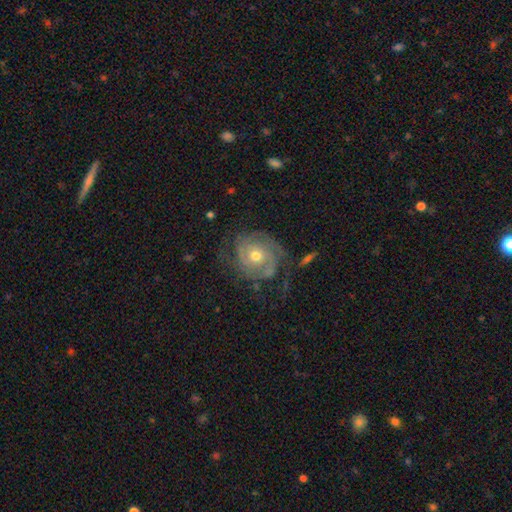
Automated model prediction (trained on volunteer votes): smooth-or-featured: featured or disk: 84% | smooth: 10% | star or artifact: 6%
  disk-edge-on: no: 97% | yes: 3%
    bar: no: 78% | weak: 18% | strong: 4%
    has-spiral-arms: yes: 94% | no: 6%
      spiral-winding: tight: 60% | medium: 30% | loose: 10%
      spiral-arm-count: 2: 41% | 3: 22% | can't tell: 21% | 4: 6% | 1: 6% | more than 4: 4%
    bulge-size: moderate: 65% | small: 30% | large: 3% | none: 1% | dominant: 1%
  merging: none: 64% | minor disturbance: 19% | major disturbance: 14% | merger: 2%